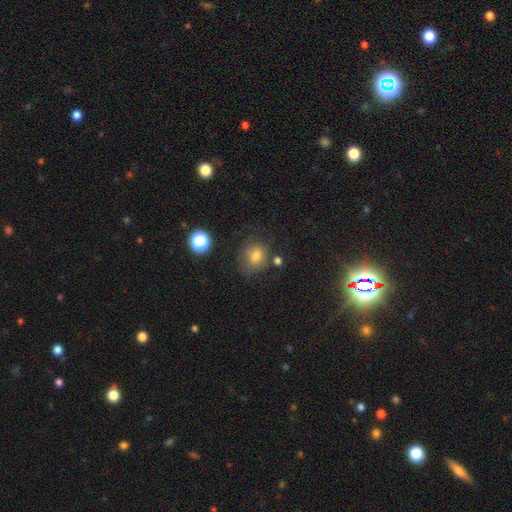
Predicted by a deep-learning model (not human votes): Q: Smooth or featured?
A: smooth (73%); runner-up: star or artifact (15%)
Q: How rounded?
A: round (72%); runner-up: in between (27%)
Q: Merging?
A: none (64%); runner-up: minor disturbance (20%)